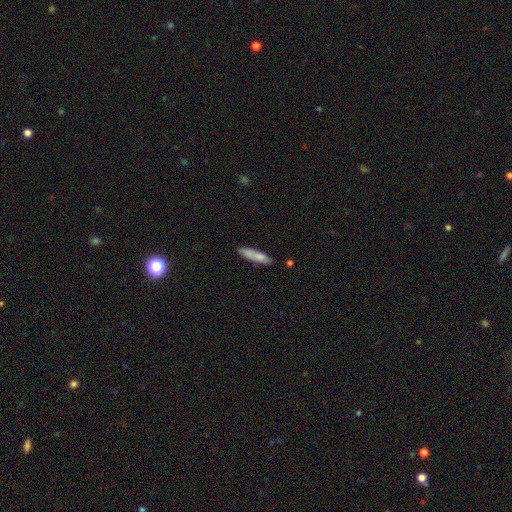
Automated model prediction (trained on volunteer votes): Overall: smooth (77%). How rounded: cigar-shaped (79%). Merging: none (76%).